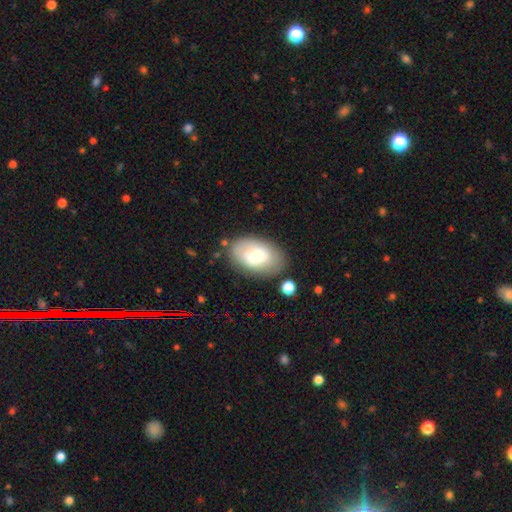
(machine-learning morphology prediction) A smooth galaxy with no disk features (73%) that is in between round and cigar-shaped (92%). Merging: none (70%).